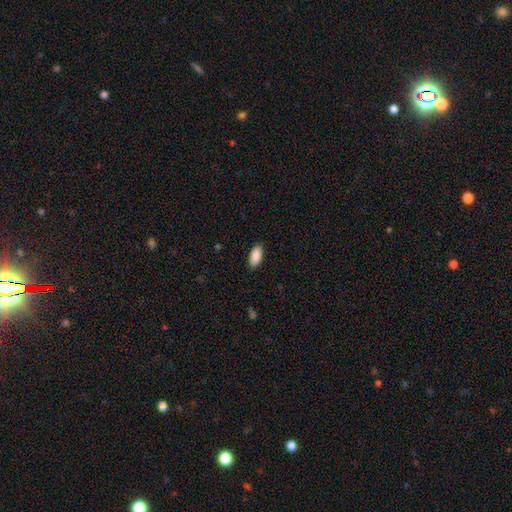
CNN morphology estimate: smooth-or-featured: smooth: 90% | star or artifact: 6% | featured or disk: 4%
  how-rounded: in between: 87% | cigar-shaped: 11% | round: 2%
  merging: none: 87% | minor disturbance: 10% | major disturbance: 2% | merger: 1%